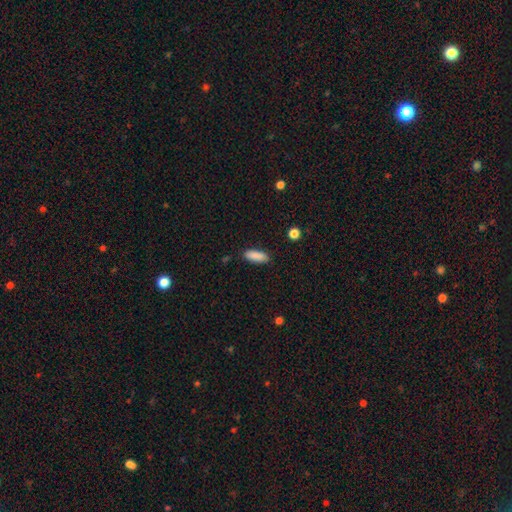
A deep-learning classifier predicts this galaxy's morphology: Overall: smooth (89%). How rounded: in between (67%; cigar-shaped 31%). Merging: none (87%).